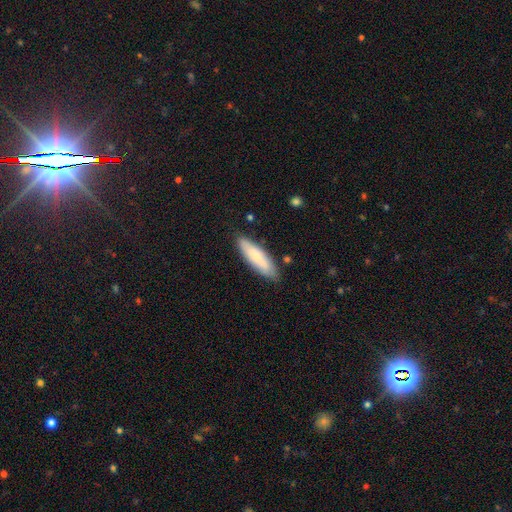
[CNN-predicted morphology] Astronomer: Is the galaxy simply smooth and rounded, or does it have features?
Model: smooth — 76%.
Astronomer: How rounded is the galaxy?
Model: cigar-shaped — 61% (runner-up: in between, 37%).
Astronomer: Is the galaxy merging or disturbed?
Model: none — 84%.